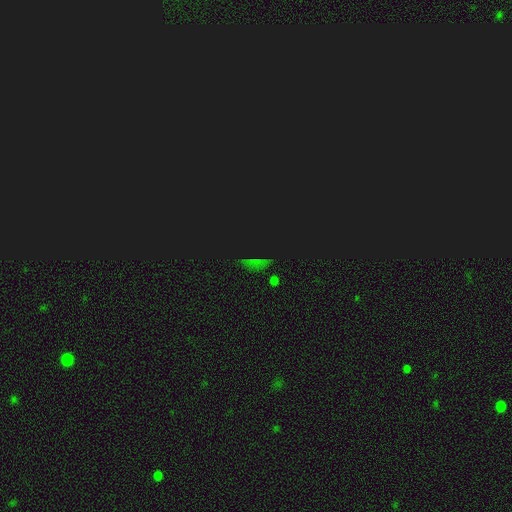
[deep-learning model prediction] Smooth or featured: star or artifact — 70% (smooth — 23%)